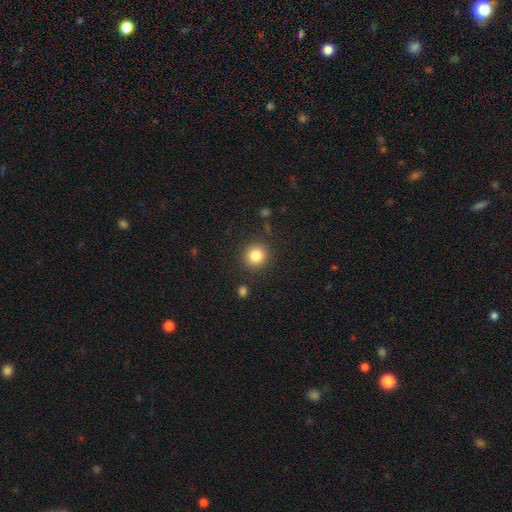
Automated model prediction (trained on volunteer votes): Smooth or featured?
  - smooth: 83% *
  - star or artifact: 11%
  - featured or disk: 6%
How rounded?
  - round: 91% *
  - in between: 8%
  - cigar-shaped: 1%
Merging?
  - none: 88% *
  - minor disturbance: 7%
  - major disturbance: 3%
  - merger: 2%